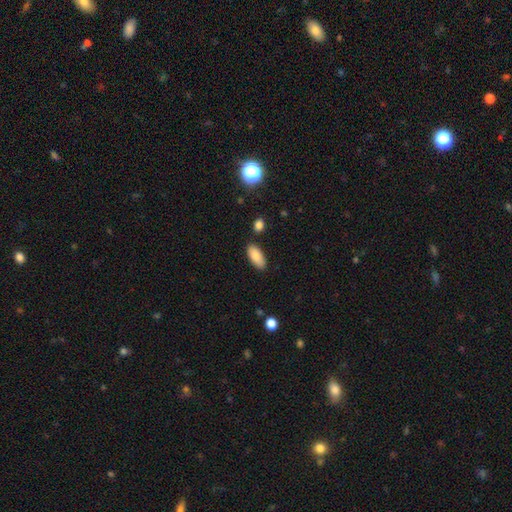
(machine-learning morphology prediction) A smooth galaxy with no disk features (87%) that is in between round and cigar-shaped (88%). Merging: none (85%).